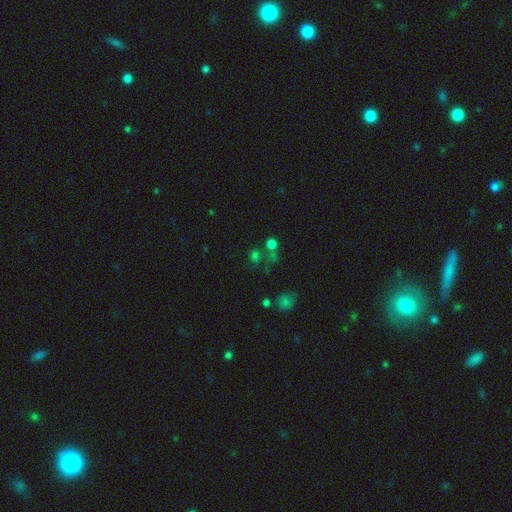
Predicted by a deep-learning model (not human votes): Smooth or featured?
  - smooth: 49% *
  - star or artifact: 40%
  - featured or disk: 11%
Merging?
  - none: 54% *
  - merger: 24%
  - minor disturbance: 12%
  - major disturbance: 11%